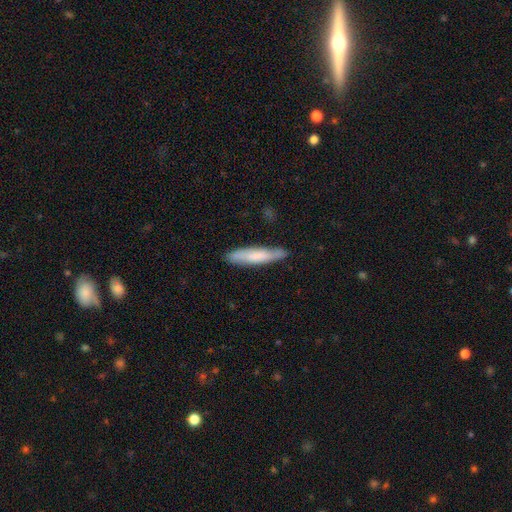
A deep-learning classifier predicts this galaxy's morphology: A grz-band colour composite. It shows a smooth galaxy with no disk features (66%) that is cigar-shaped (87%). Merging: none (83%).